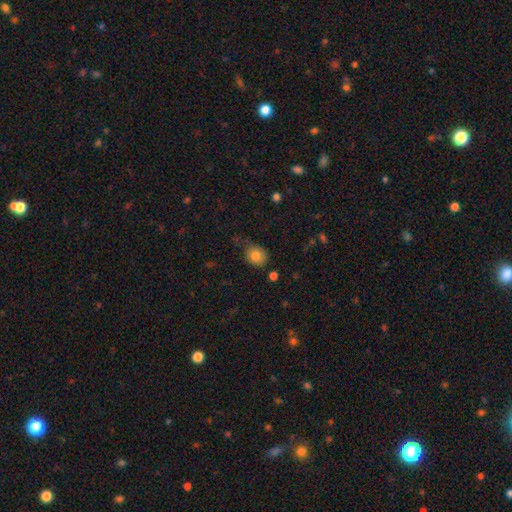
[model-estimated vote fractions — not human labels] Smooth or featured?
  - smooth: 81% *
  - star or artifact: 10%
  - featured or disk: 9%
How rounded?
  - round: 62% *
  - in between: 37%
  - cigar-shaped: 1%
Merging?
  - none: 72% *
  - minor disturbance: 21%
  - major disturbance: 4%
  - merger: 3%